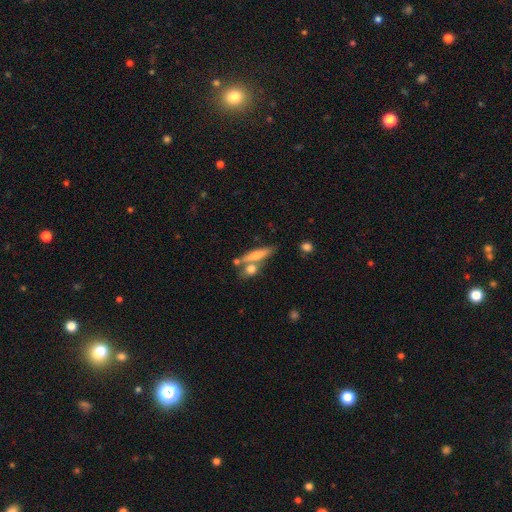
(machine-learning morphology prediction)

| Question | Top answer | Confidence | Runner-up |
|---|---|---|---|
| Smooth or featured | smooth | 56% | featured or disk (36%) |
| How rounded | cigar-shaped | 75% | in between (21%) |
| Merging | none | 57% | merger (25%) |